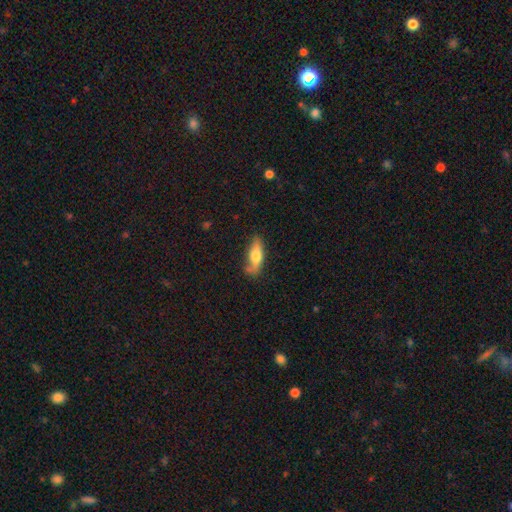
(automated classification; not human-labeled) The model was most divided on "how rounded": in between: 56%, cigar-shaped: 41%, round: 3%. More confident: merging — none (68%); smooth or featured — smooth (65%).